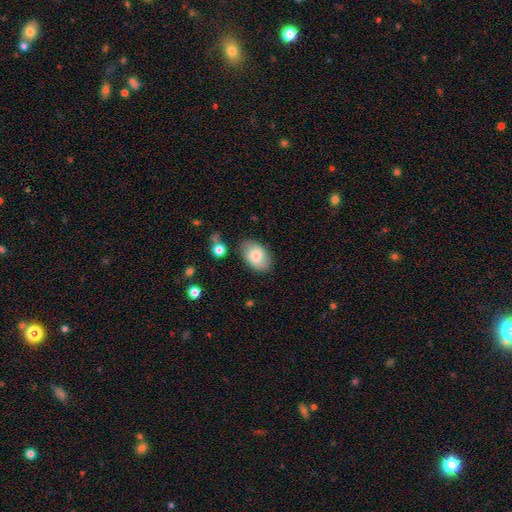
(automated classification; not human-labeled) smooth-or-featured: smooth: 75% | featured or disk: 18% | star or artifact: 7%
  how-rounded: in between: 91% | round: 8% | cigar-shaped: 1%
  merging: none: 79% | minor disturbance: 15% | major disturbance: 3% | merger: 3%